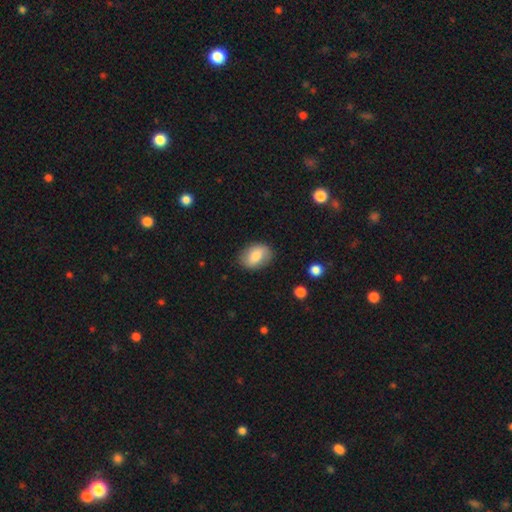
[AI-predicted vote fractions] Smooth or featured? smooth (76%)
How rounded? in between (79%)
Merging? none (81%)